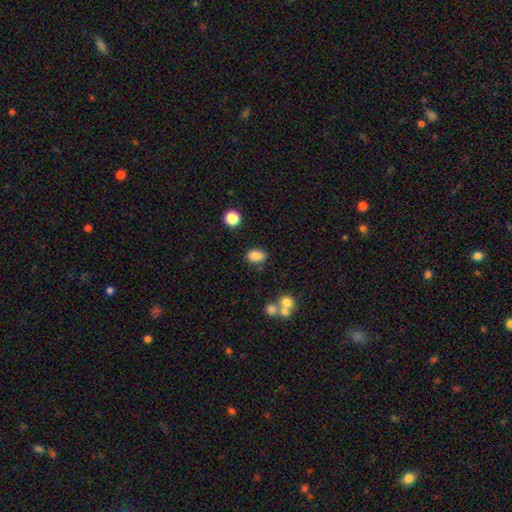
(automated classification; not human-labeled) This appears to be a smooth galaxy with no disk features (84%) that is in between round and cigar-shaped (84%). Merging: none (75%).